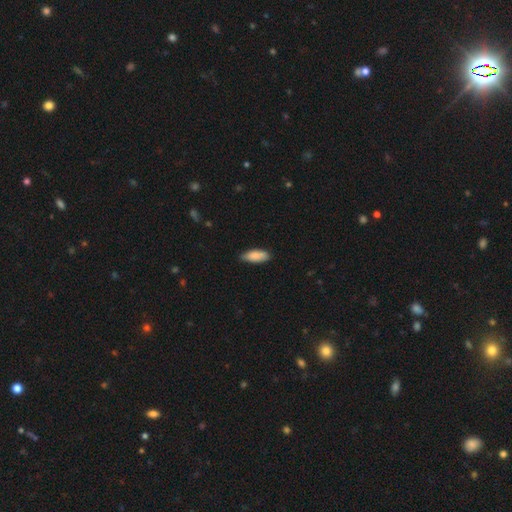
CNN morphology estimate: This appears to be a smooth galaxy with no disk features (86%) that is in between round and cigar-shaped (78%). Merging: none (79%).